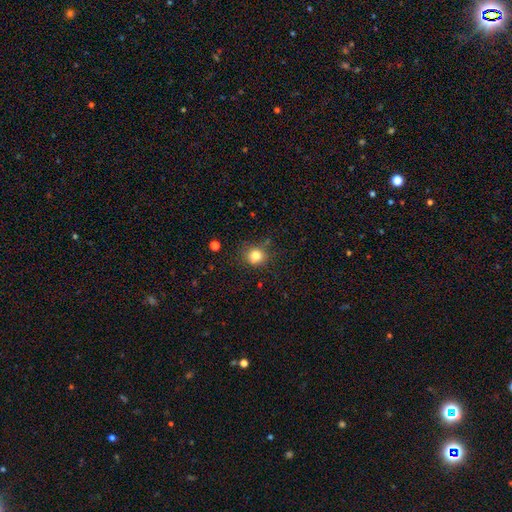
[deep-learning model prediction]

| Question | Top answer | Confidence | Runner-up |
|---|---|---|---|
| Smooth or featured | smooth | 81% | star or artifact (12%) |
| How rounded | round | 83% | in between (16%) |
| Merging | none | 76% | minor disturbance (17%) |